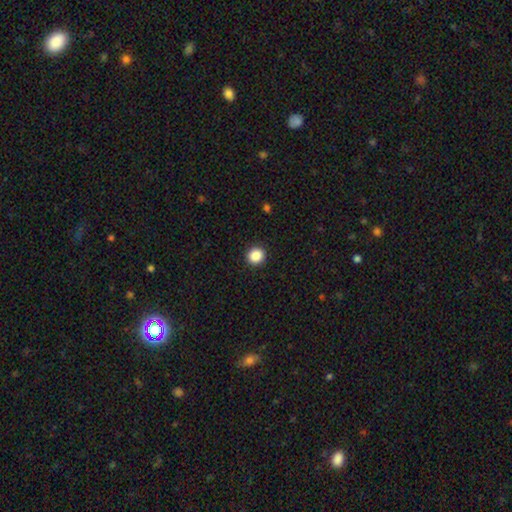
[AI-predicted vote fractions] Smooth or featured?
  - smooth: 88% *
  - star or artifact: 10%
  - featured or disk: 2%
How rounded?
  - round: 90% *
  - in between: 9%
  - cigar-shaped: 1%
Merging?
  - none: 92% *
  - minor disturbance: 5%
  - major disturbance: 2%
  - merger: 1%